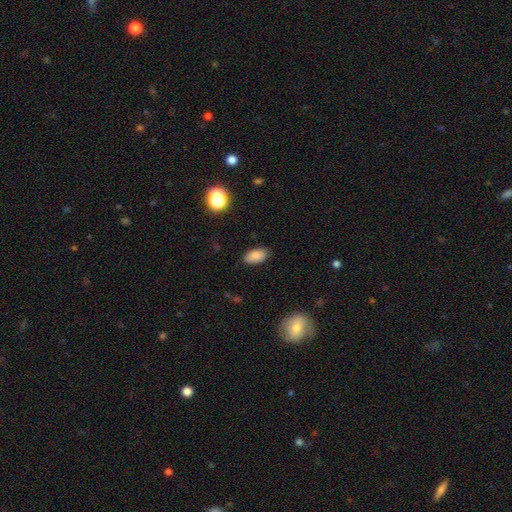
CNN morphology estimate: Smooth or featured? Predicted: smooth (p=0.85). How rounded? Predicted: in between (p=0.93). Merging? Predicted: none (p=0.85).